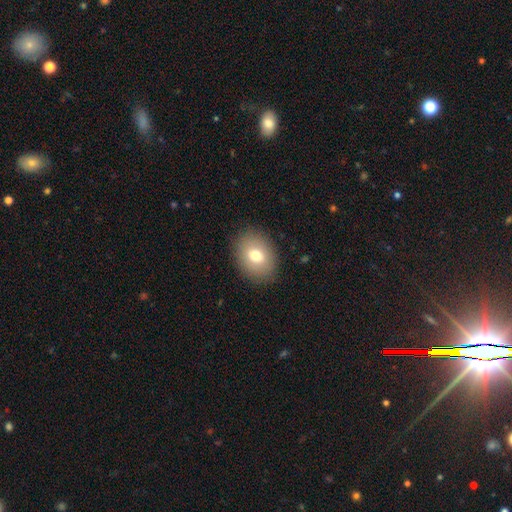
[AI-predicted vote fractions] smooth-or-featured: smooth: 74% | featured or disk: 17% | star or artifact: 9%
  how-rounded: in between: 61% | round: 38% | cigar-shaped: 1%
  merging: none: 87% | minor disturbance: 9% | major disturbance: 3% | merger: 1%